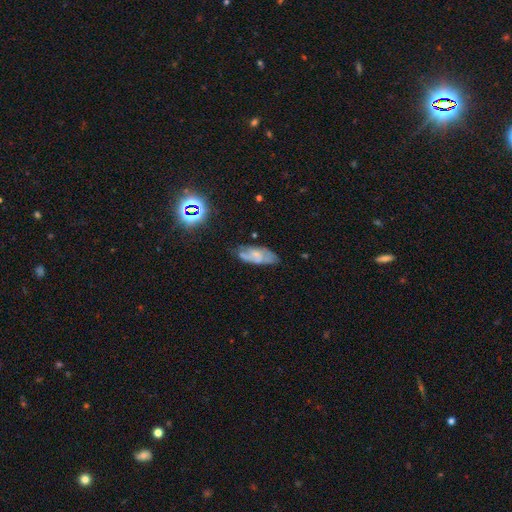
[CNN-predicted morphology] Q: Smooth or featured?
A: featured or disk (51%); runner-up: smooth (38%)
Q: Edge-on disk?
A: no (87%); runner-up: yes (13%)
Q: Merging?
A: none (60%); runner-up: minor disturbance (27%)